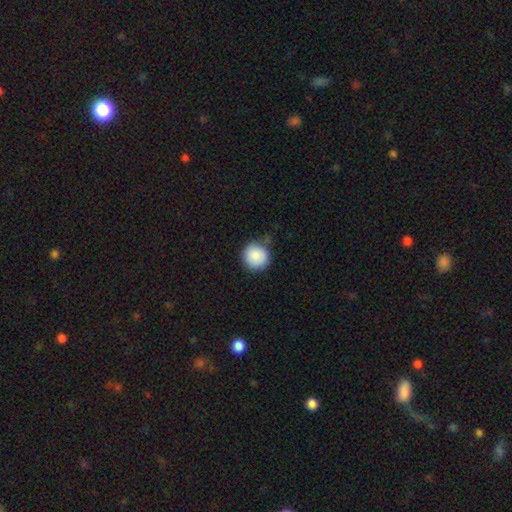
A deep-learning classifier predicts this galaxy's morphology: Smooth or featured? Predicted: smooth (p=0.88). How rounded? Predicted: round (p=0.94). Merging? Predicted: none (p=0.74).